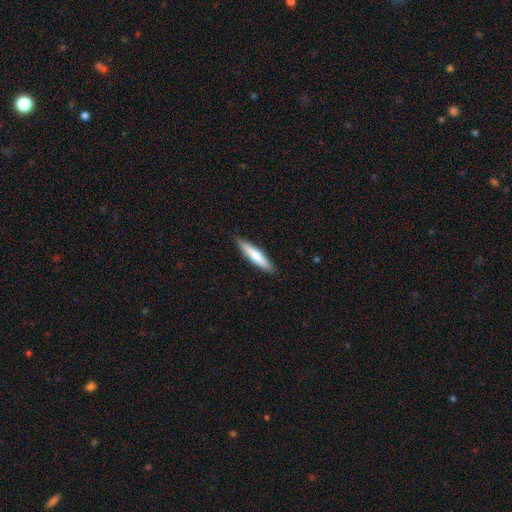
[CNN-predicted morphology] This is likely a smooth galaxy (67%). How rounded: clearly cigar-shaped (85%). Merging: clearly none (88%).